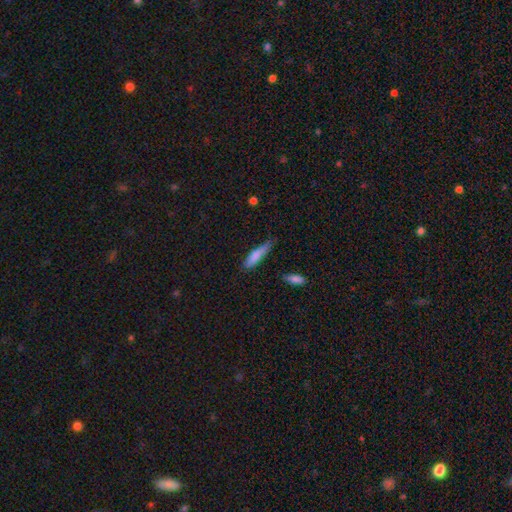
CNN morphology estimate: This is likely a smooth galaxy (80%). How rounded: likely cigar-shaped (78%). Merging: likely none (62%).